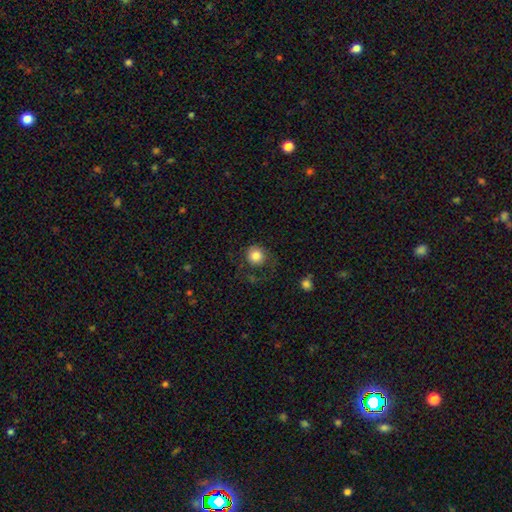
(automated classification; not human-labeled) smooth-or-featured: smooth: 83% | featured or disk: 9% | star or artifact: 8%
  how-rounded: round: 89% | in between: 10% | cigar-shaped: 1%
  merging: none: 64% | minor disturbance: 18% | major disturbance: 16% | merger: 2%